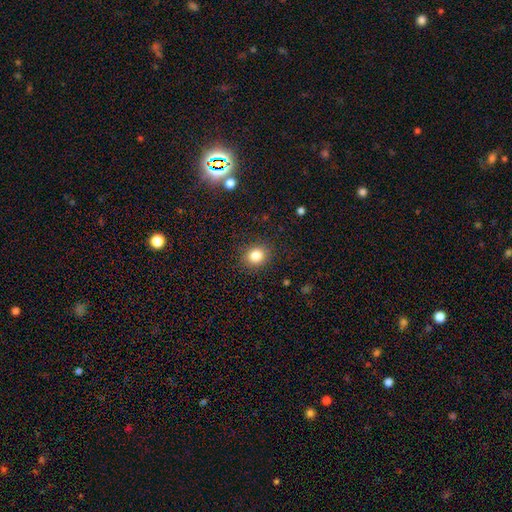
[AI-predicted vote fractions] smooth 83%, star or artifact 11%, featured or disk 6%. Down the decision tree: how rounded — round (77%); merging — none (88%).